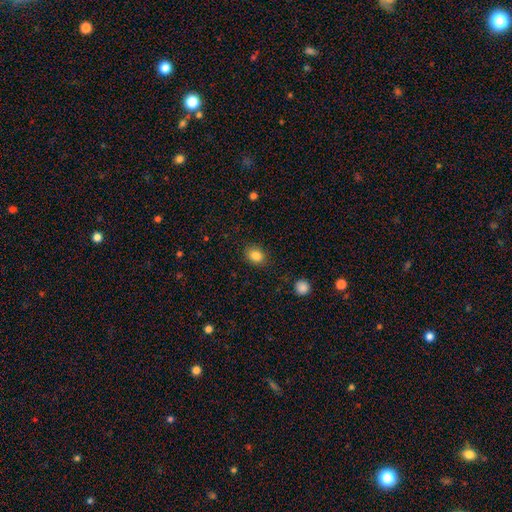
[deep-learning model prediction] Overall: smooth (85%). How rounded: in between (54%; round 45%). Merging: none (85%).